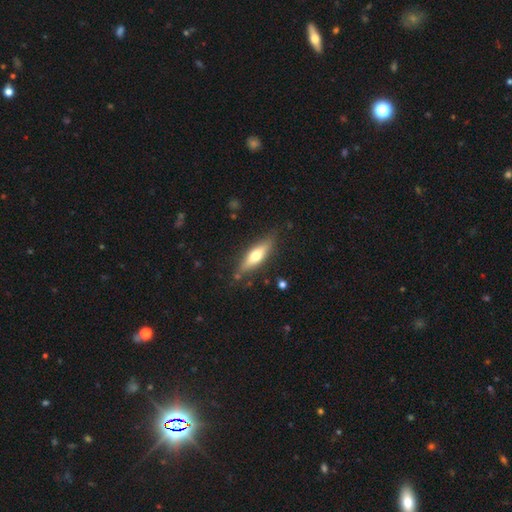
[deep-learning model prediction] smooth 52%, featured or disk 42%, star or artifact 6%. Down the decision tree: how rounded — cigar-shaped (60%); merging — none (82%).